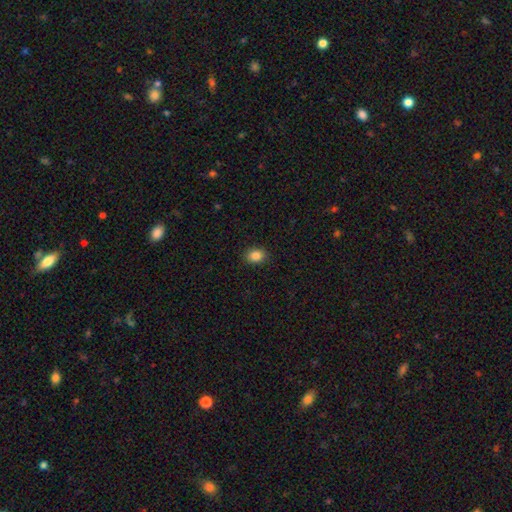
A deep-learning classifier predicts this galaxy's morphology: Smooth or featured: smooth — 86% (star or artifact — 10%)
How rounded: in between — 59% (round — 40%)
Merging: none — 90% (minor disturbance — 7%)